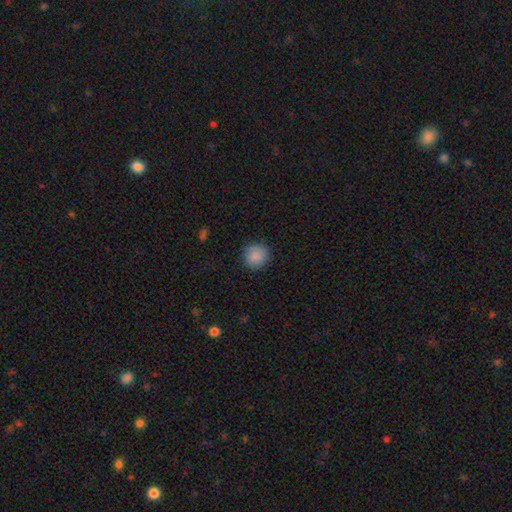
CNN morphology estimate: smooth_or_featured: smooth (p=0.88) [alt: star or artifact p=0.08]
how_rounded: round (p=0.92) [alt: in between p=0.07]
merging: none (p=0.89) [alt: minor disturbance p=0.08]